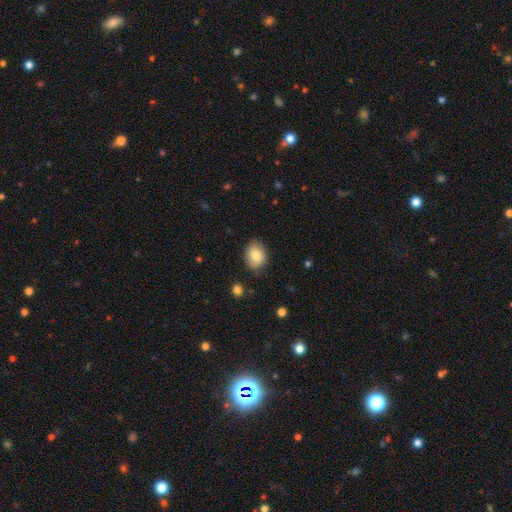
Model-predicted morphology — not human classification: Q: Smooth or featured?
A: smooth (81%); runner-up: featured or disk (11%)
Q: How rounded?
A: in between (62%); runner-up: round (37%)
Q: Merging?
A: none (81%); runner-up: minor disturbance (15%)